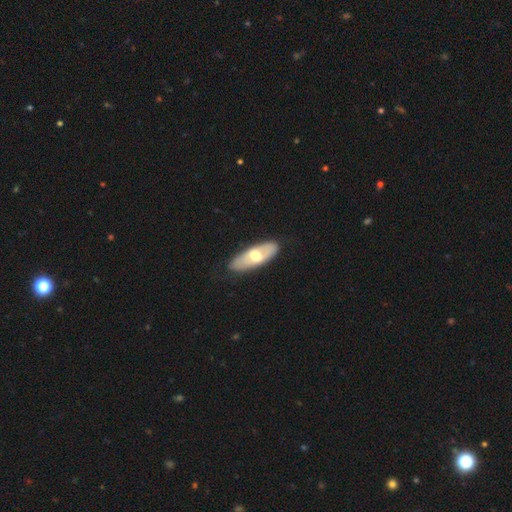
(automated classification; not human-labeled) smooth_or_featured: smooth (p=0.49) [alt: featured or disk p=0.46]
merging: none (p=0.84) [alt: minor disturbance p=0.12]